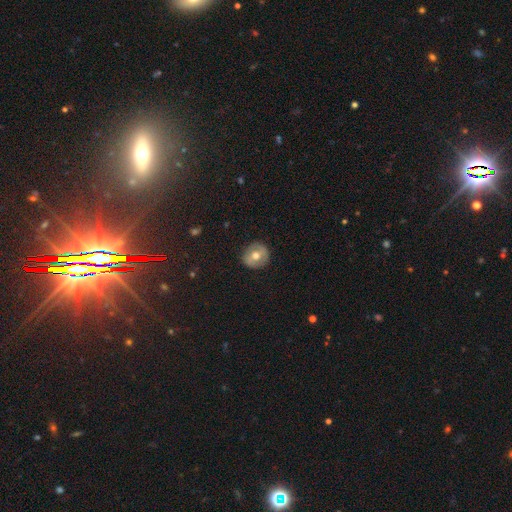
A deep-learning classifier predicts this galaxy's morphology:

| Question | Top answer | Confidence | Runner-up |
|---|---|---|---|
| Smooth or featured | smooth | 56% | featured or disk (36%) |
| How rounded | round | 90% | in between (9%) |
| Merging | none | 87% | minor disturbance (10%) |